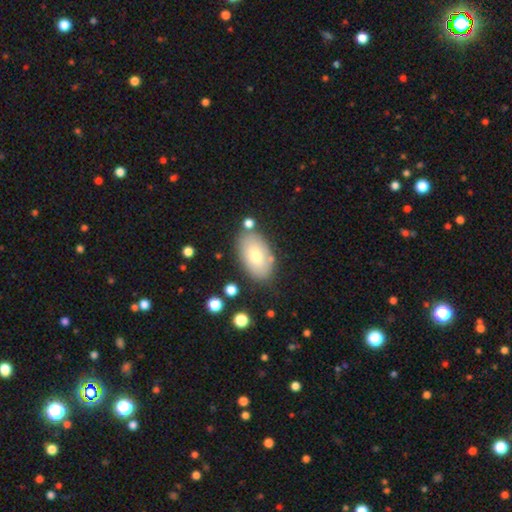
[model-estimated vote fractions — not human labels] This appears to be a smooth galaxy with no disk features (71%) that is in between round and cigar-shaped (92%). Merging: none (78%).